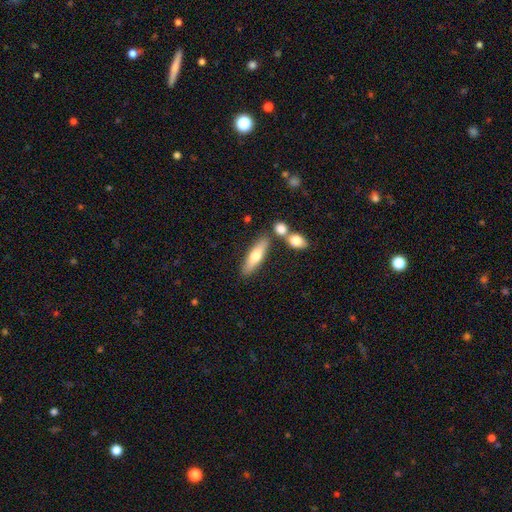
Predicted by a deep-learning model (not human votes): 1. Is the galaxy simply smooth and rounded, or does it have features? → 61% smooth, 33% featured or disk, 6% star or artifact.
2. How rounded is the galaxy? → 65% cigar-shaped, 33% in between, 2% round.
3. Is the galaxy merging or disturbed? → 71% none, 15% merger, 11% minor disturbance, 3% major disturbance.